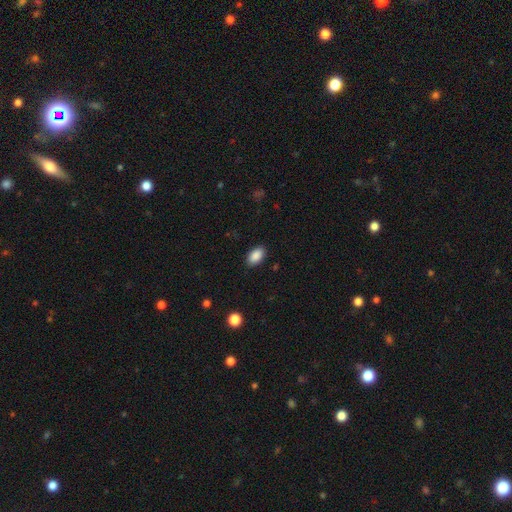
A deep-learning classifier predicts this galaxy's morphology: This appears to be a smooth galaxy with no disk features (89%) that is in between round and cigar-shaped (93%). Merging: none (88%).